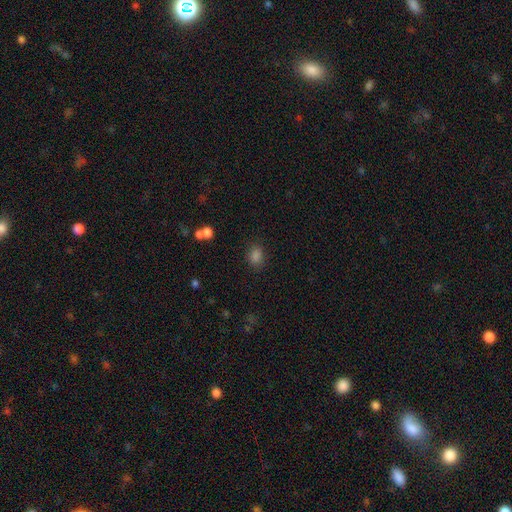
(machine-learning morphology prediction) This is clearly a smooth galaxy (82%). How rounded: likely in between (61%). Merging: clearly none (82%).